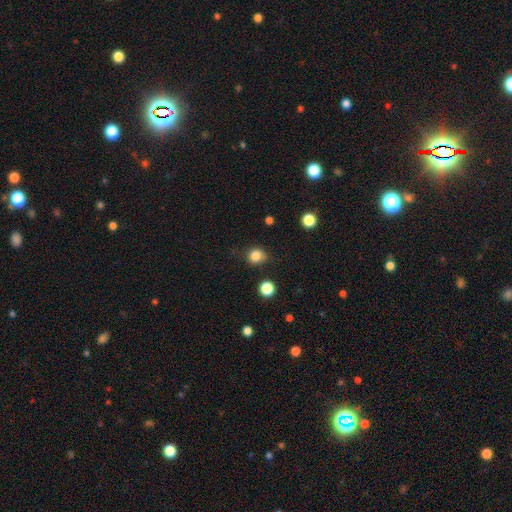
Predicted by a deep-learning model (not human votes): Smooth or featured? smooth (83%)
How rounded? round (79%)
Merging? none (74%)